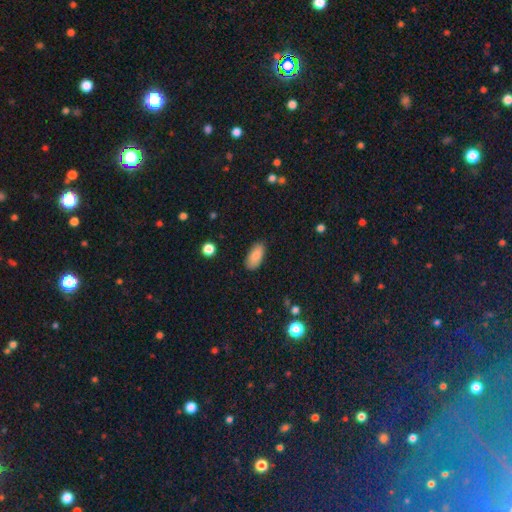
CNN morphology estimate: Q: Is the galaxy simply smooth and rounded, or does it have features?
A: smooth — 86%.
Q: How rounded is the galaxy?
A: in between — 91%.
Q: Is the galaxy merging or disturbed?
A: none — 86%.